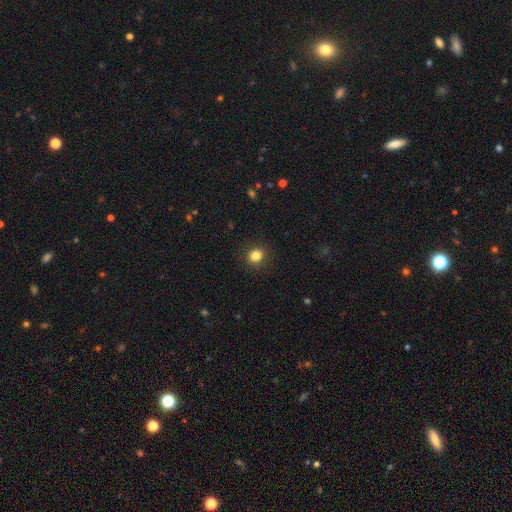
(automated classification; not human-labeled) smooth 83%, star or artifact 11%, featured or disk 6%. Down the decision tree: how rounded — round (74%); merging — none (89%).